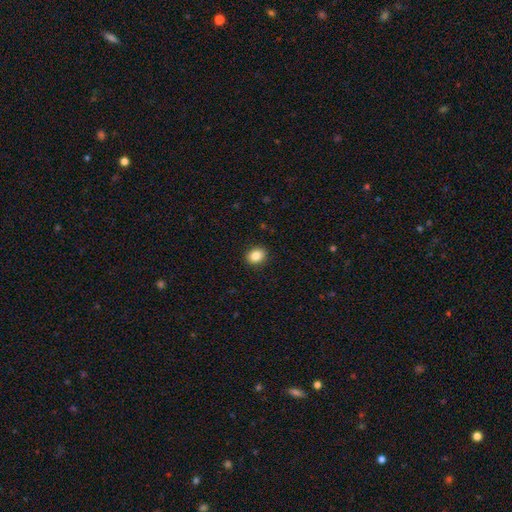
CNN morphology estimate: Smooth or featured: smooth — 85% (star or artifact — 9%)
How rounded: round — 50% (in between — 49%)
Merging: none — 90% (minor disturbance — 7%)